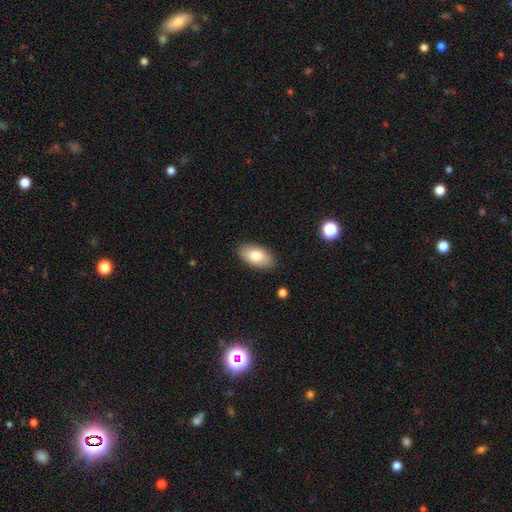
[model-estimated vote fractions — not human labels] smooth 81%, featured or disk 13%, star or artifact 7%. Down the decision tree: how rounded — in between (94%); merging — none (87%).